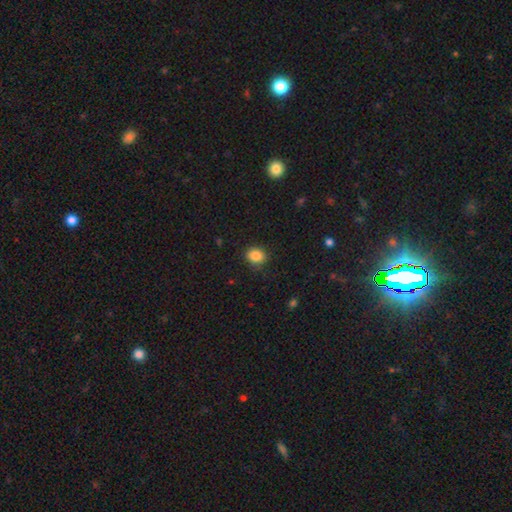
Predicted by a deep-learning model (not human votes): Smooth or featured?
  - smooth: 86% *
  - star or artifact: 10%
  - featured or disk: 4%
How rounded?
  - round: 60% *
  - in between: 39%
  - cigar-shaped: 1%
Merging?
  - none: 86% *
  - minor disturbance: 10%
  - major disturbance: 3%
  - merger: 1%